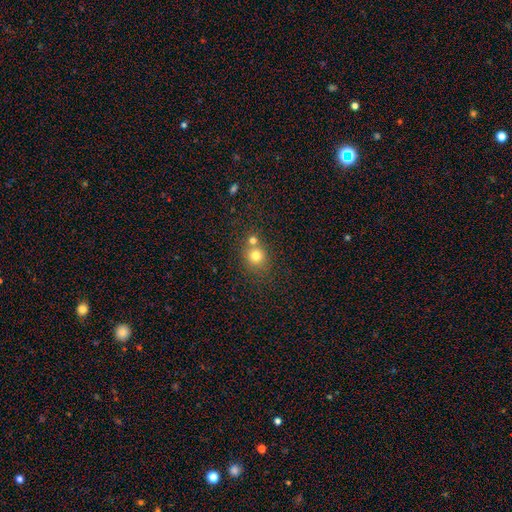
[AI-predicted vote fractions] Overall: smooth (76%). How rounded: round (82%). Merging: none (55%; merger 33%).